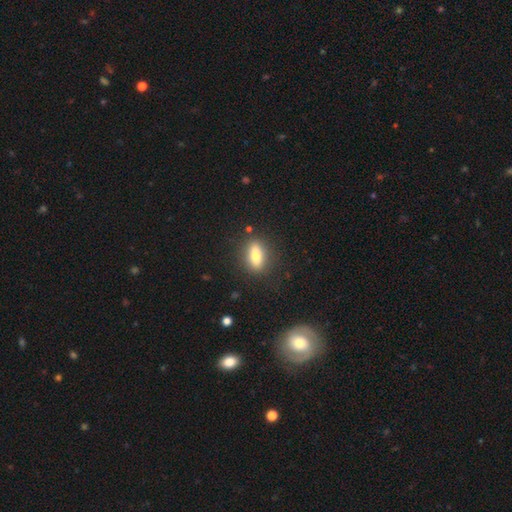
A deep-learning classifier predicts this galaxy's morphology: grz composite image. It shows a smooth galaxy with no disk features (69%) that is in between round and cigar-shaped (69%). Merging: none (85%).